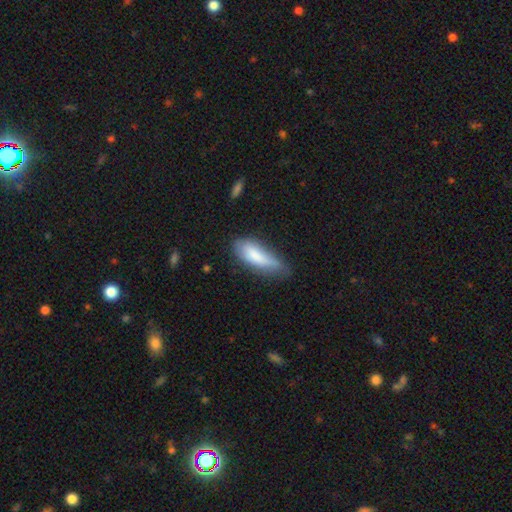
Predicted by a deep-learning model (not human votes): A smooth galaxy with no disk features (77%) that is in between round and cigar-shaped (58%).

Vote fractions:
- Smooth or featured? smooth: 77% / featured or disk: 16% / star or artifact: 7%
- How rounded? in between: 58% / cigar-shaped: 40% / round: 2%
- Merging? minor disturbance: 41% / none: 39% / major disturbance: 17% / merger: 4%